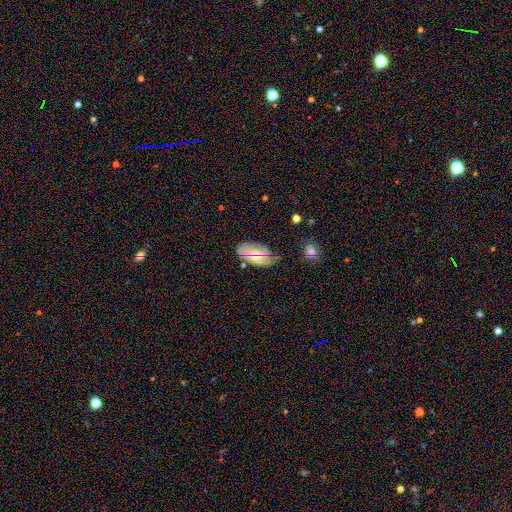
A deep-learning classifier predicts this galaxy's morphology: Overall: smooth (56%; featured or disk 23%). How rounded: in between (92%). Merging: none (77%).